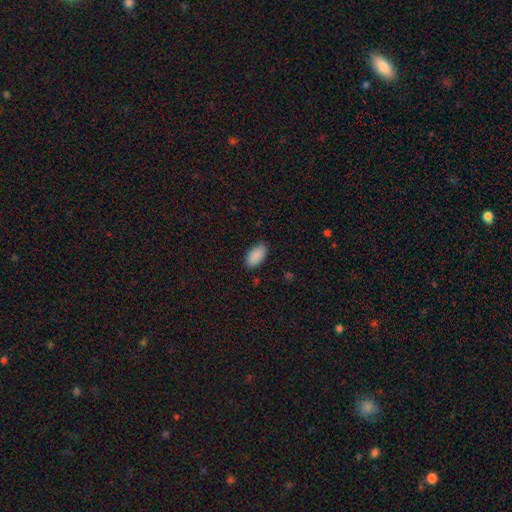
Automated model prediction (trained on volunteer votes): smooth 90%, star or artifact 6%, featured or disk 3%. Down the decision tree: how rounded — in between (95%); merging — none (83%).